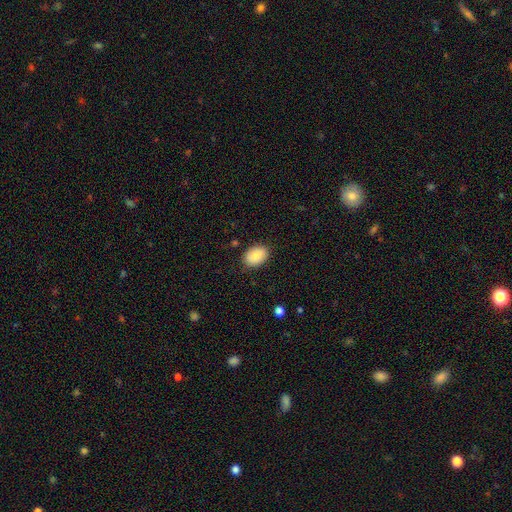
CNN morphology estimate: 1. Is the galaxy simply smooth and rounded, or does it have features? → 86% smooth, 7% featured or disk, 7% star or artifact.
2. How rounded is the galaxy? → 82% in between, 17% round, 1% cigar-shaped.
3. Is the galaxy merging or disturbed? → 85% none, 11% minor disturbance, 3% major disturbance, 1% merger.